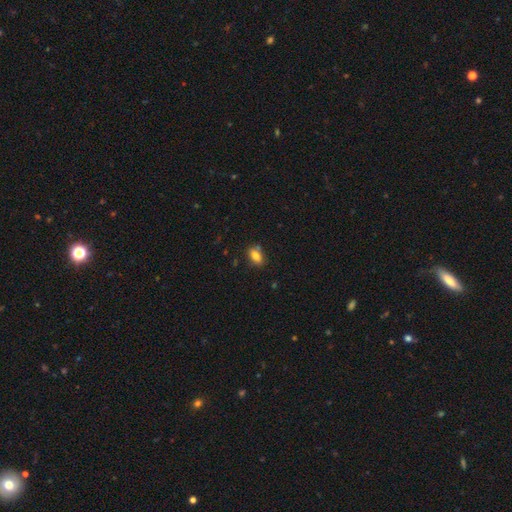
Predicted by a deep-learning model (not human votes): Morphology: type=smooth (82%); roundness=in between (85%); merging=none (74%).